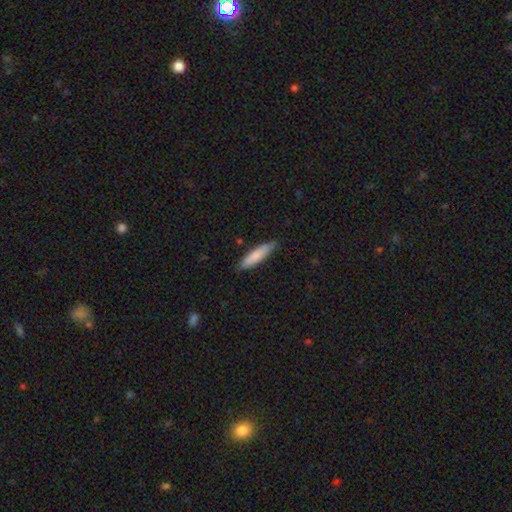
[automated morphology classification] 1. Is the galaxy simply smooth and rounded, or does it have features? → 81% smooth, 13% featured or disk, 6% star or artifact.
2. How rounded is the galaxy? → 75% cigar-shaped, 23% in between, 1% round.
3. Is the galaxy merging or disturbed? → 82% none, 14% minor disturbance, 2% major disturbance, 1% merger.